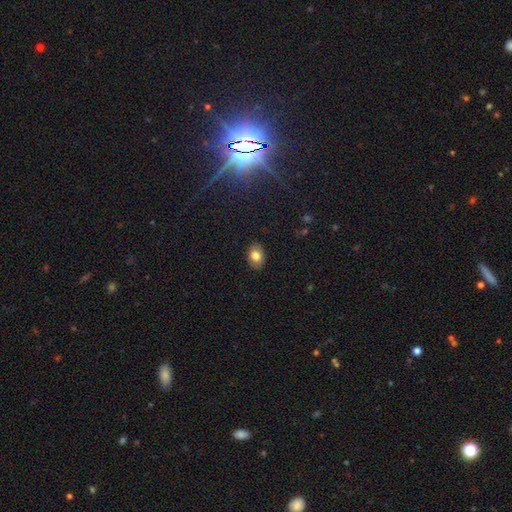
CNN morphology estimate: Smooth or featured? smooth (80%)
How rounded? in between (71%)
Merging? none (88%)